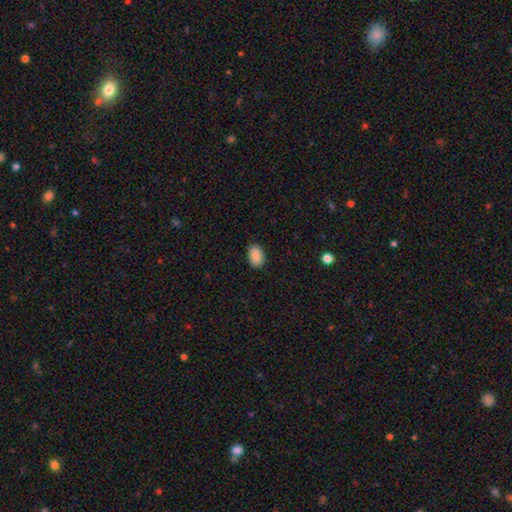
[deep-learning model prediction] Smooth or featured? smooth (89%)
How rounded? in between (90%)
Merging? none (88%)